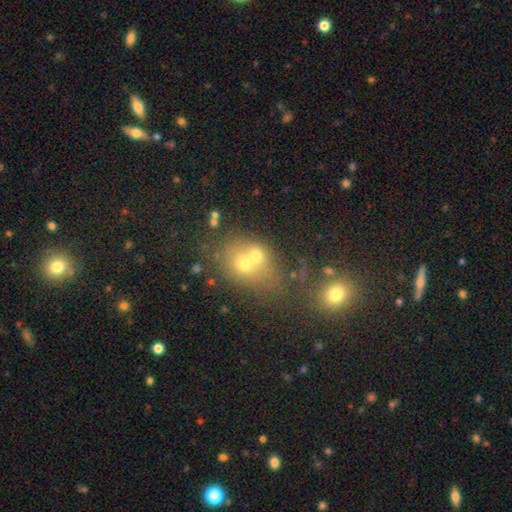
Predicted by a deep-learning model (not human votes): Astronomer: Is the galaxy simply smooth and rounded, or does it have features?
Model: smooth — 58%.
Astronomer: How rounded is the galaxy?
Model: round — 55% (runner-up: in between, 44%).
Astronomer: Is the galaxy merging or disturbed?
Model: merger — 59%.